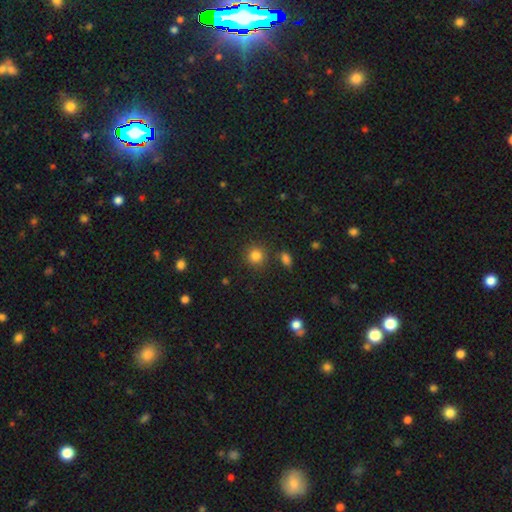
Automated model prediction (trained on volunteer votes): smooth_or_featured: smooth (p=0.83) [alt: star or artifact p=0.12]
how_rounded: round (p=0.89) [alt: in between p=0.10]
merging: none (p=0.84) [alt: minor disturbance p=0.08]